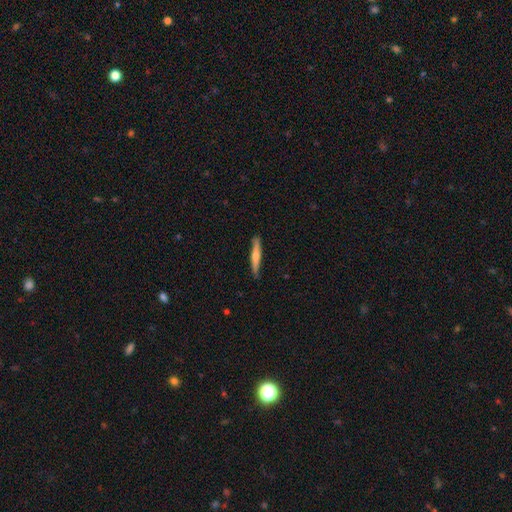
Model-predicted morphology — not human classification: smooth-or-featured: smooth: 49% | featured or disk: 46% | star or artifact: 5%
  merging: none: 85% | minor disturbance: 12% | major disturbance: 2% | merger: 1%